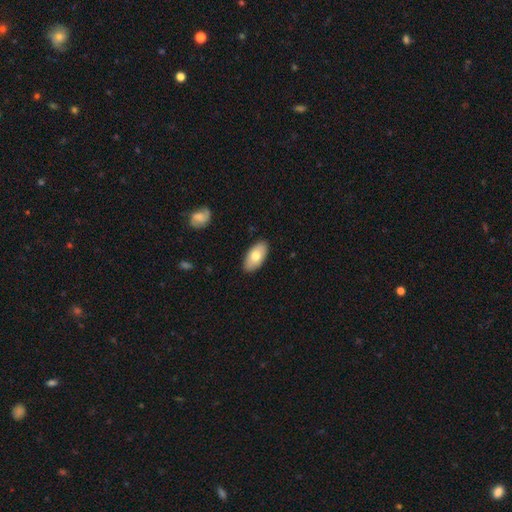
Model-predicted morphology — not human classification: A smooth galaxy with no disk features (72%) that is in between round and cigar-shaped (95%). Merging: none (88%).